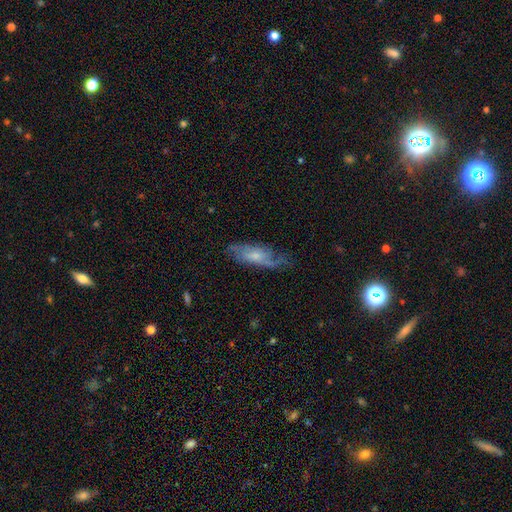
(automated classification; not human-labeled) Smooth or featured? Predicted: featured or disk (p=0.60). Edge-on disk? Predicted: no (p=0.80). Merging? Predicted: none (p=0.60).